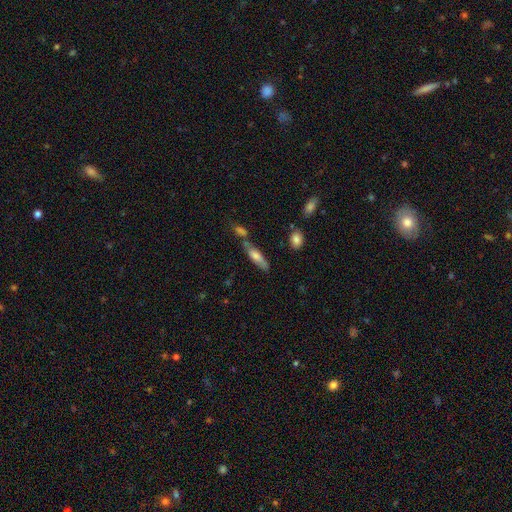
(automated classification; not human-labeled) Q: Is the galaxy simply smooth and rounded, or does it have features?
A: smooth — 63%.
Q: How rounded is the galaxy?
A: cigar-shaped — 60%.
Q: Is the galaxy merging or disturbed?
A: none — 53%.